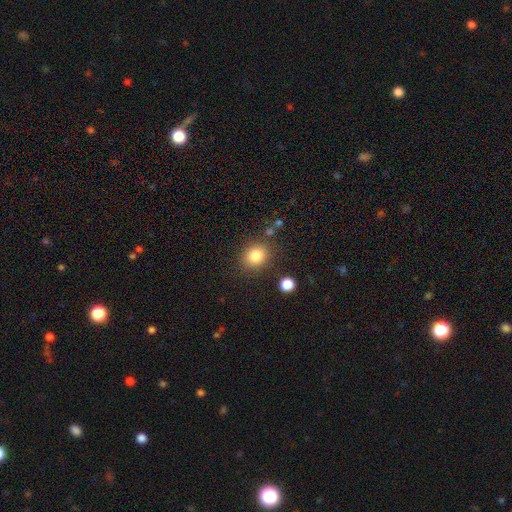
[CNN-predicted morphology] smooth 83%, star or artifact 11%, featured or disk 6%. Down the decision tree: how rounded — round (69%); merging — none (82%).